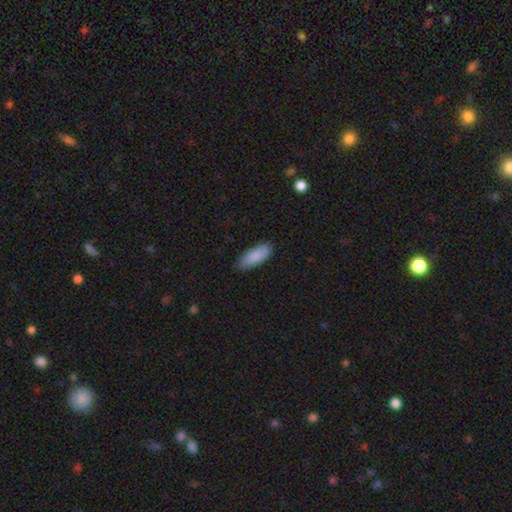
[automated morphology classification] smooth 88%, featured or disk 7%, star or artifact 6%. Down the decision tree: how rounded — in between (73%); merging — none (81%).